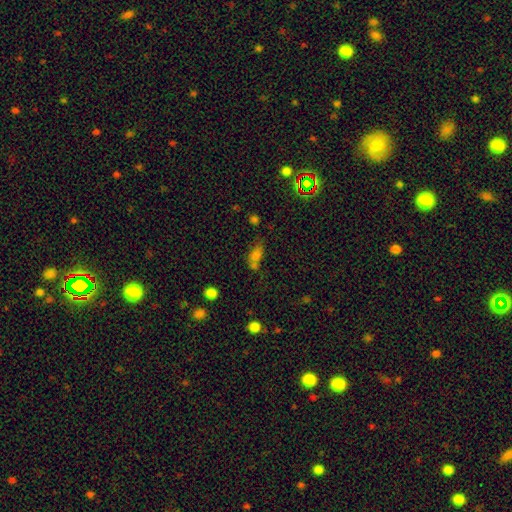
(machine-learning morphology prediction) This is likely a smooth galaxy (71%). How rounded: likely in between (78%). Merging: marginally none (41%).